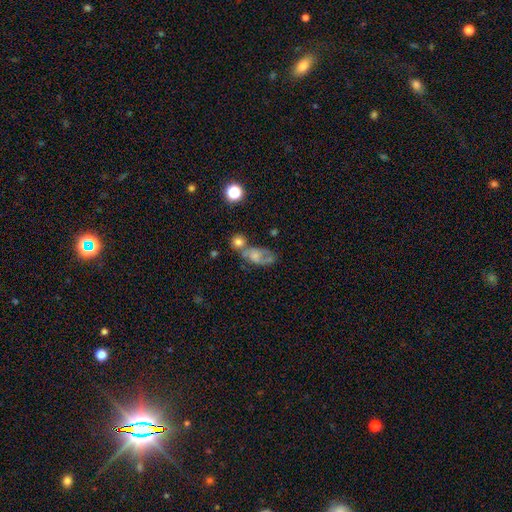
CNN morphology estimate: This is possibly a smooth galaxy (52%). How rounded: likely in between (73%). Merging: marginally merger (37%).